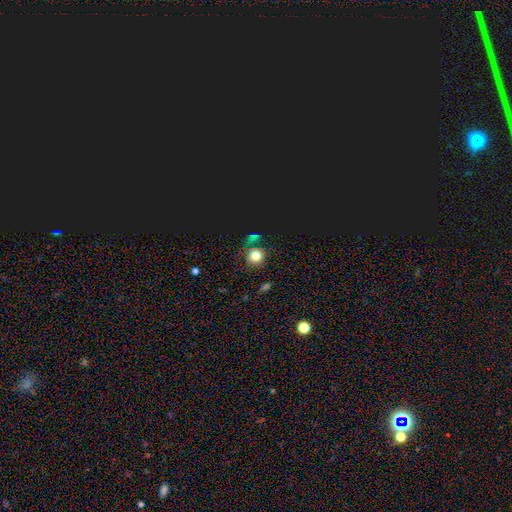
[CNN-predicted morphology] Smooth or featured?
  - smooth: 73% *
  - star or artifact: 20%
  - featured or disk: 7%
How rounded?
  - round: 87% *
  - in between: 11%
  - cigar-shaped: 1%
Merging?
  - none: 72% *
  - minor disturbance: 12%
  - merger: 10%
  - major disturbance: 5%